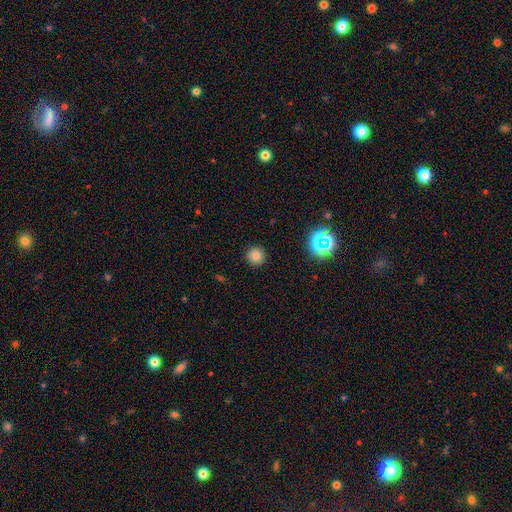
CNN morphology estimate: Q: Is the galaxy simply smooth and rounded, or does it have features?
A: smooth — 78%.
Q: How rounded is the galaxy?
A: round — 95%.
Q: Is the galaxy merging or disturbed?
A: none — 92%.